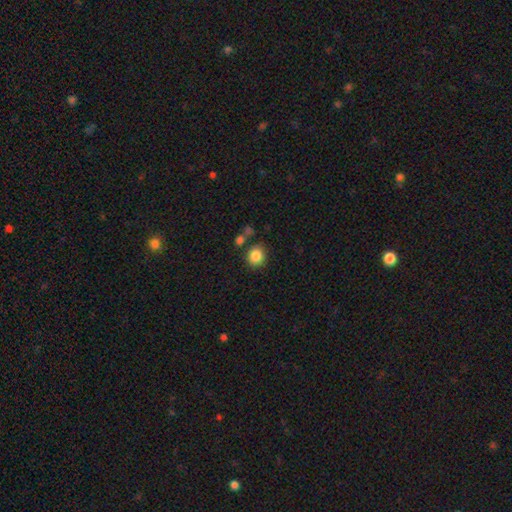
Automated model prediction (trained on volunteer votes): Smooth or featured: smooth — 86% (star or artifact — 9%)
How rounded: round — 80% (in between — 19%)
Merging: none — 76% (minor disturbance — 11%)